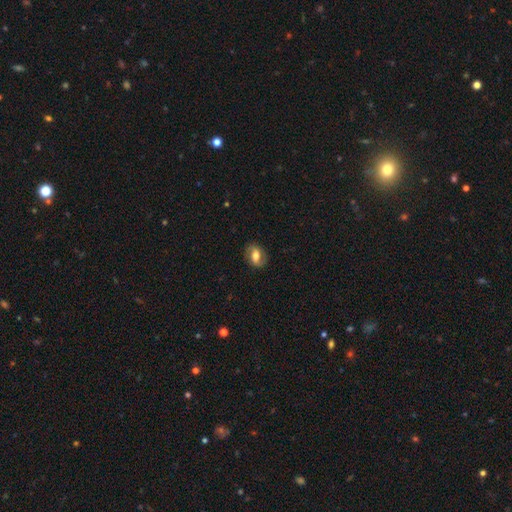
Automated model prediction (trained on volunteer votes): This appears to be a featured or disk galaxy (50%). Merging: none (81%).